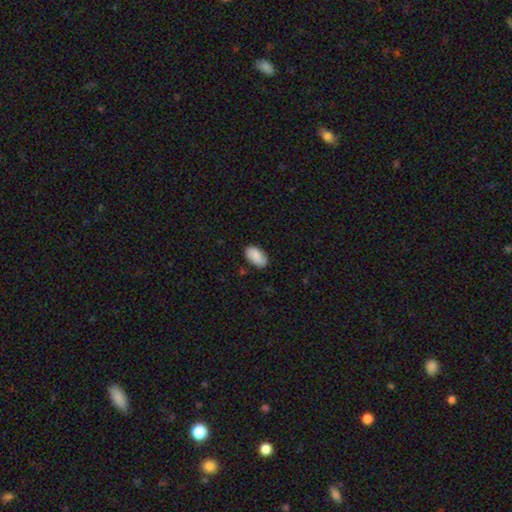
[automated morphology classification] Smooth or featured?
  - smooth: 85% *
  - featured or disk: 9%
  - star or artifact: 6%
How rounded?
  - in between: 95% *
  - round: 3%
  - cigar-shaped: 2%
Merging?
  - none: 83% *
  - minor disturbance: 13%
  - major disturbance: 2%
  - merger: 1%